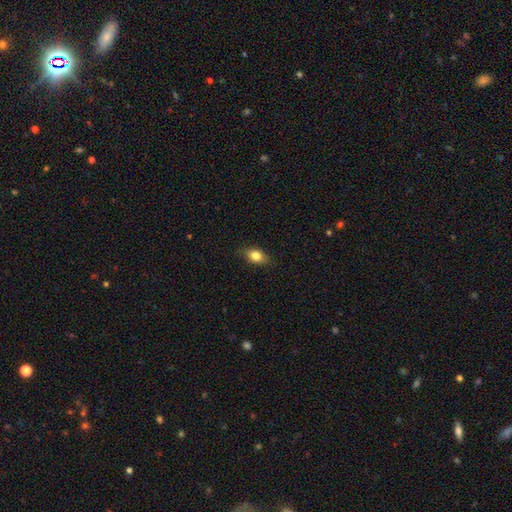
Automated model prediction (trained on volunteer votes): smooth-or-featured: smooth: 80% | featured or disk: 12% | star or artifact: 8%
  how-rounded: in between: 80% | round: 14% | cigar-shaped: 5%
  merging: none: 83% | minor disturbance: 13% | major disturbance: 3% | merger: 1%